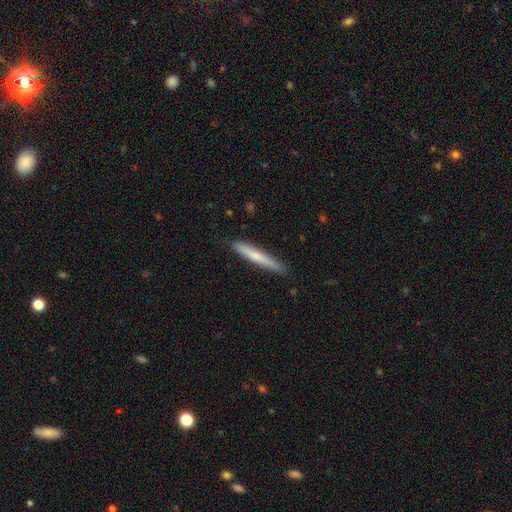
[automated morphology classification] smooth 66%, featured or disk 28%, star or artifact 5%. Down the decision tree: how rounded — cigar-shaped (95%); merging — none (86%).